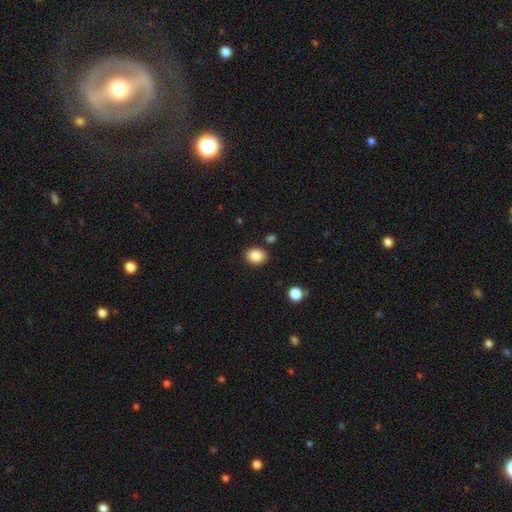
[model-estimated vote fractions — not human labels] This is clearly a smooth galaxy (86%). How rounded: possibly round (59%). Merging: clearly none (87%).